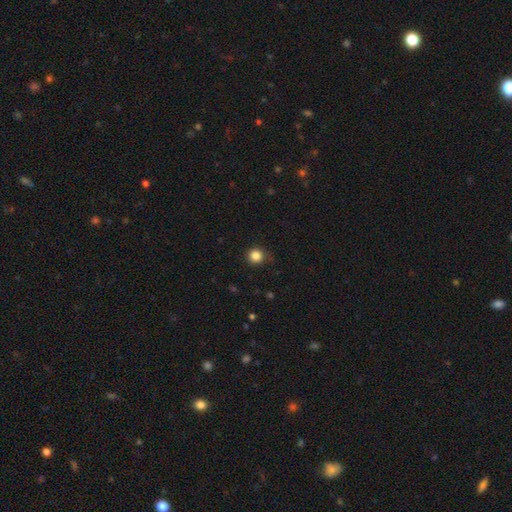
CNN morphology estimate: Overall: smooth (84%). How rounded: round (93%). Merging: none (84%).